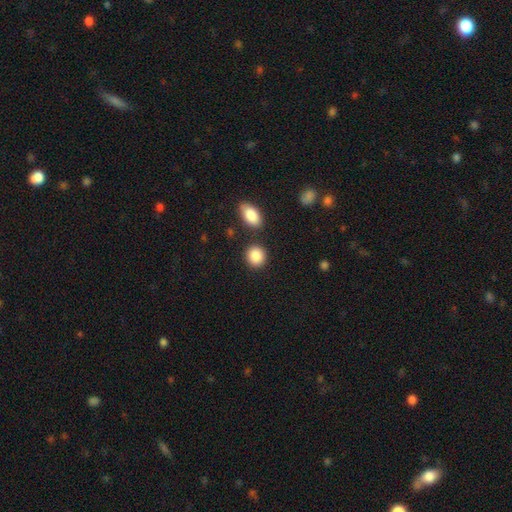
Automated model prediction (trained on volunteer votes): The model was most divided on "how rounded": round: 77%, in between: 22%, cigar-shaped: 1%. More confident: smooth or featured — smooth (89%); merging — none (83%).